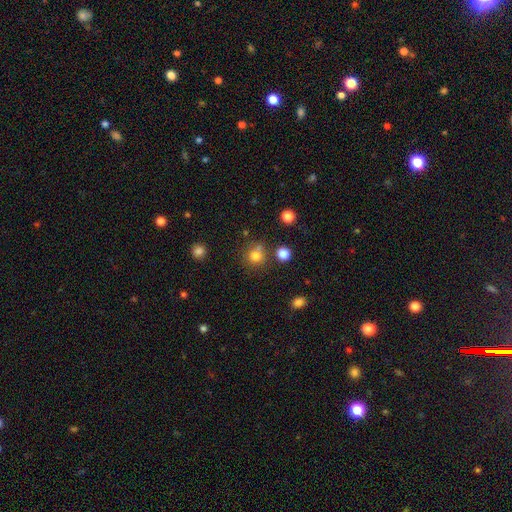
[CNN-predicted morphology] Smooth or featured?
  - smooth: 77% *
  - star or artifact: 16%
  - featured or disk: 8%
How rounded?
  - round: 90% *
  - in between: 9%
  - cigar-shaped: 1%
Merging?
  - none: 69% *
  - merger: 17%
  - minor disturbance: 10%
  - major disturbance: 4%